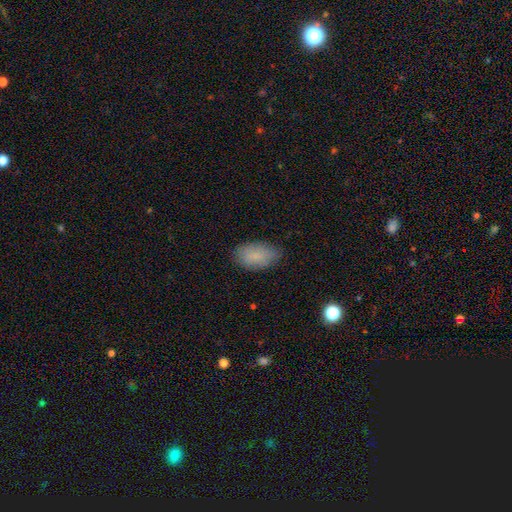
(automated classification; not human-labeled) Smooth or featured?
  - smooth: 84% *
  - featured or disk: 8%
  - star or artifact: 7%
How rounded?
  - in between: 92% *
  - round: 6%
  - cigar-shaped: 2%
Merging?
  - none: 78% *
  - minor disturbance: 17%
  - major disturbance: 4%
  - merger: 1%